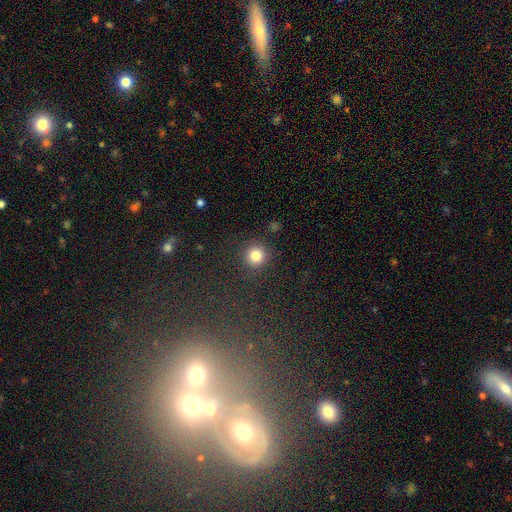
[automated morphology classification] This is clearly a smooth galaxy (83%). How rounded: clearly round (94%). Merging: clearly none (89%).